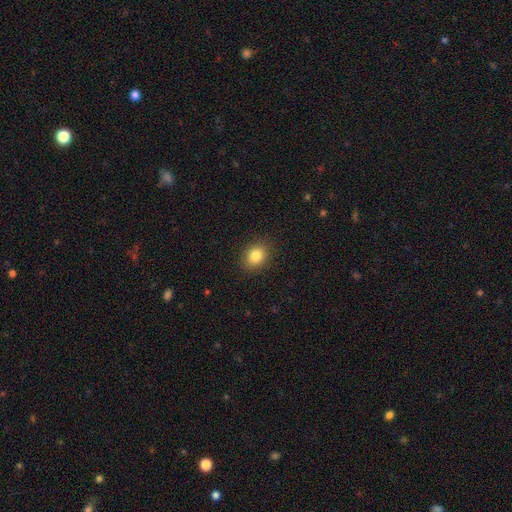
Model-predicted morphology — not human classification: This appears to be a smooth galaxy with no disk features (83%) that is round (54%). Merging: none (88%).